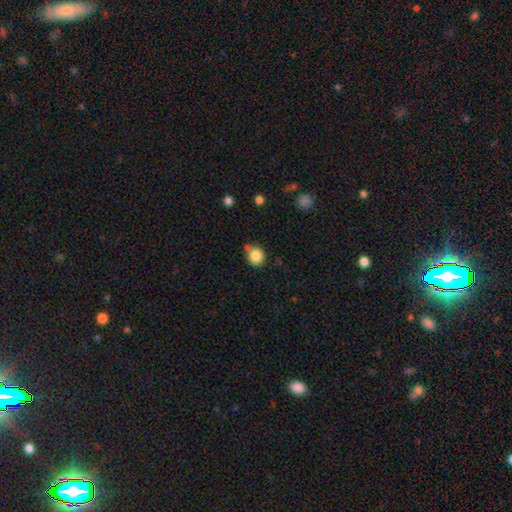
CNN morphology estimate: Smooth or featured?
  - smooth: 85% *
  - star or artifact: 10%
  - featured or disk: 5%
How rounded?
  - round: 86% *
  - in between: 13%
  - cigar-shaped: 1%
Merging?
  - none: 73% *
  - minor disturbance: 14%
  - merger: 9%
  - major disturbance: 3%